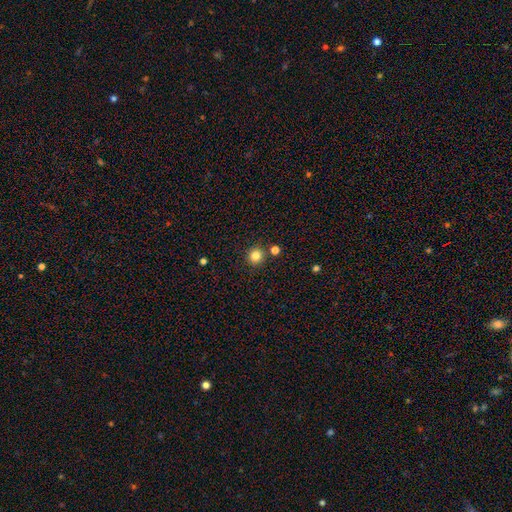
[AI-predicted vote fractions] Overall: smooth (82%). How rounded: round (94%). Merging: none (86%).